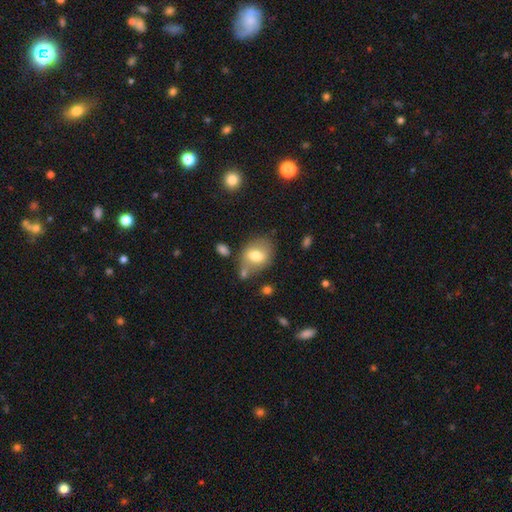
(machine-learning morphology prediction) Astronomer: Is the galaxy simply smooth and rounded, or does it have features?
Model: smooth — 66%.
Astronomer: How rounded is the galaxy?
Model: in between — 65%.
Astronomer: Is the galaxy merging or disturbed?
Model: none — 60%.